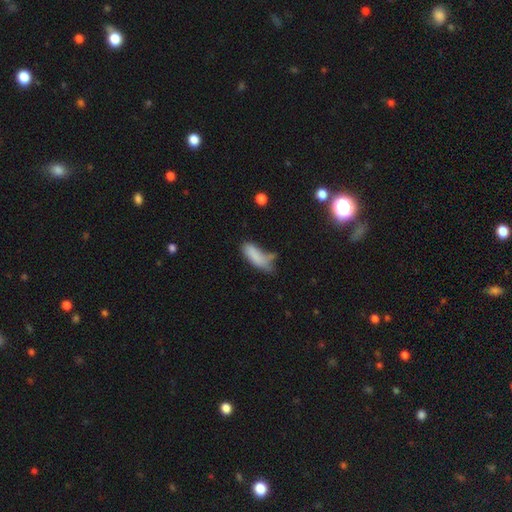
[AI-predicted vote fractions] Smooth or featured? Predicted: smooth (p=0.78). How rounded? Predicted: in between (p=0.66). Merging? Predicted: none (p=0.33).